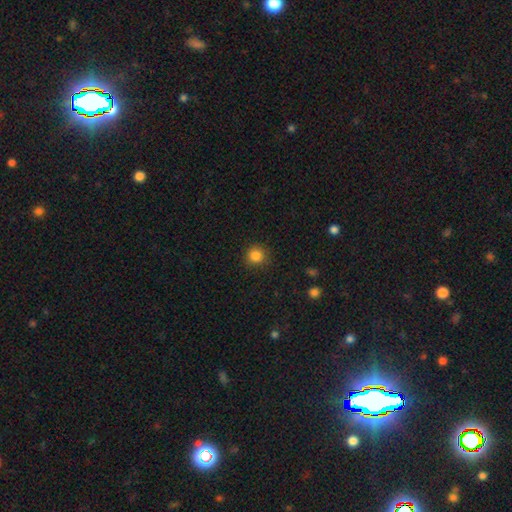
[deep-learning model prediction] This appears to be a smooth galaxy with no disk features (84%) that is round (93%). Merging: none (88%).